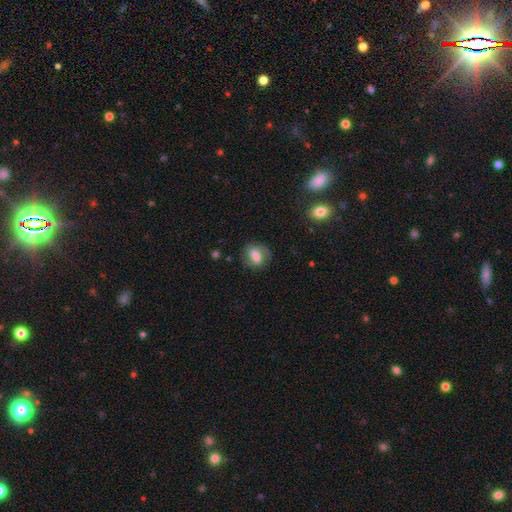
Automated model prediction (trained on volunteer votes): The model was most divided on "smooth or featured": smooth: 54%, featured or disk: 38%, star or artifact: 8%. More confident: merging — none (72%); how rounded — in between (65%).